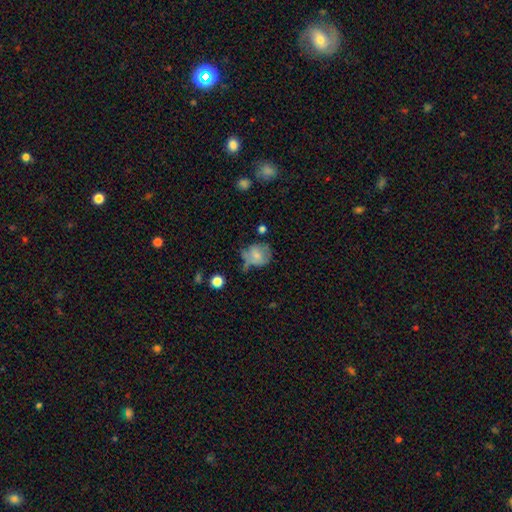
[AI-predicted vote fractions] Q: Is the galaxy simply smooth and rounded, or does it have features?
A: smooth — 63%.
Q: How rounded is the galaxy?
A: round — 63%.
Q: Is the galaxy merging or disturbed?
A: none — 37%.